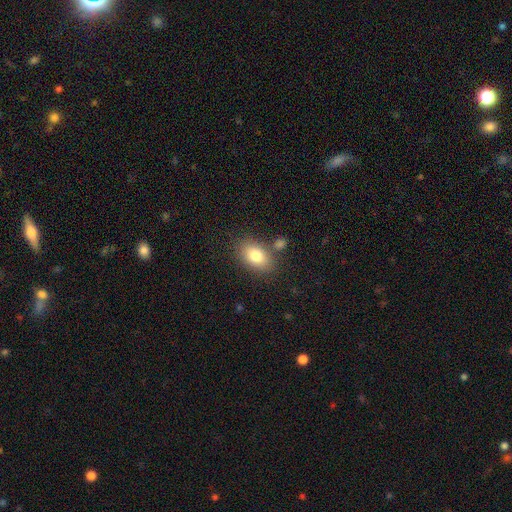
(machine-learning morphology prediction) smooth 80%, featured or disk 11%, star or artifact 8%. Down the decision tree: how rounded — in between (87%); merging — none (74%).